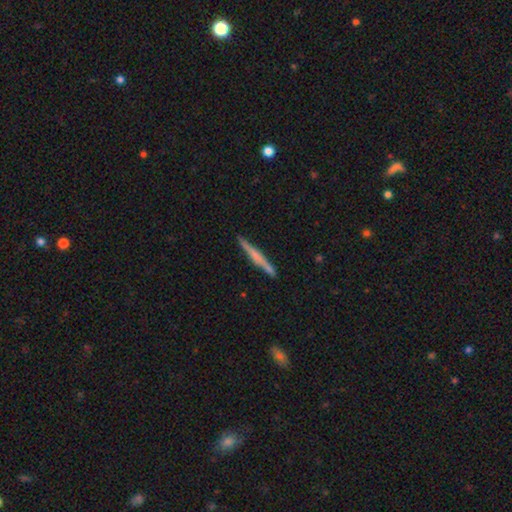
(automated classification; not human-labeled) A featured or disk galaxy (52%) viewed edge-on (98%) with no central bulge (43%).

Vote fractions:
- Smooth or featured? featured or disk: 52% / smooth: 42% / star or artifact: 6%
- Edge-on disk? yes: 98% / no: 2%
- Edge-on bulge? none: 43% / rounded: 32% / boxy: 24%
- Merging? none: 88% / minor disturbance: 9% / merger: 2% / major disturbance: 2%